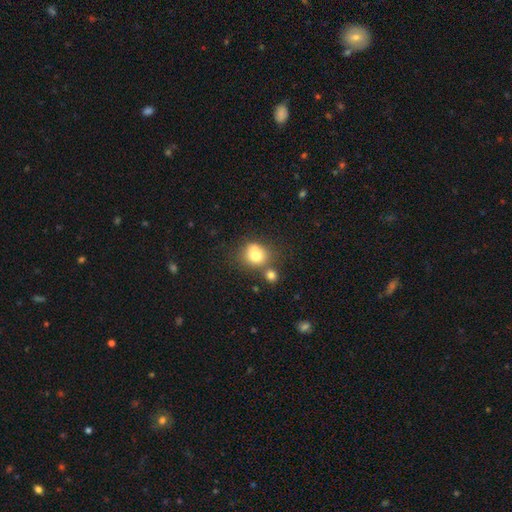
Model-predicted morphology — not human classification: Smooth or featured?
  - smooth: 75% *
  - featured or disk: 14%
  - star or artifact: 11%
How rounded?
  - round: 75% *
  - in between: 24%
  - cigar-shaped: 1%
Merging?
  - none: 48% *
  - merger: 30%
  - minor disturbance: 15%
  - major disturbance: 6%